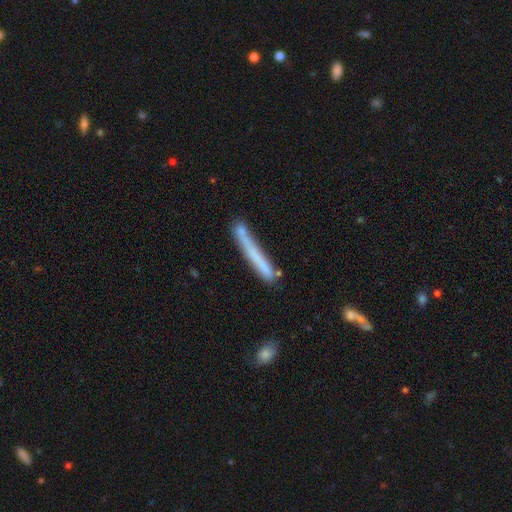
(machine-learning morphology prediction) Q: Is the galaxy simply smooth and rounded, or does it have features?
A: smooth — 58%.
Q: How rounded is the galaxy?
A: cigar-shaped — 96%.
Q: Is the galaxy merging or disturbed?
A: none — 66%.